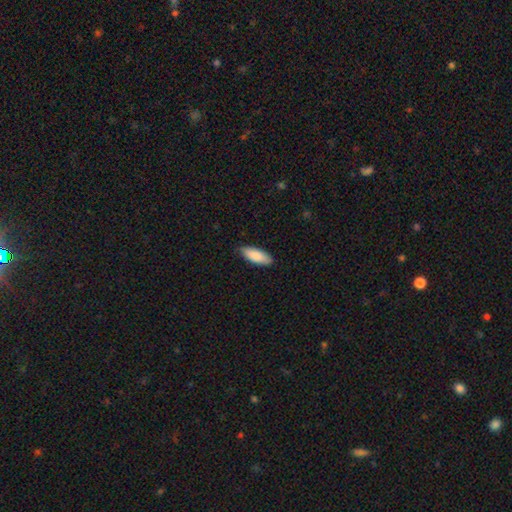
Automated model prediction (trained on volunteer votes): smooth_or_featured: smooth (p=0.88) [alt: featured or disk p=0.07]
how_rounded: in between (p=0.76) [alt: cigar-shaped p=0.23]
merging: none (p=0.86) [alt: minor disturbance p=0.11]